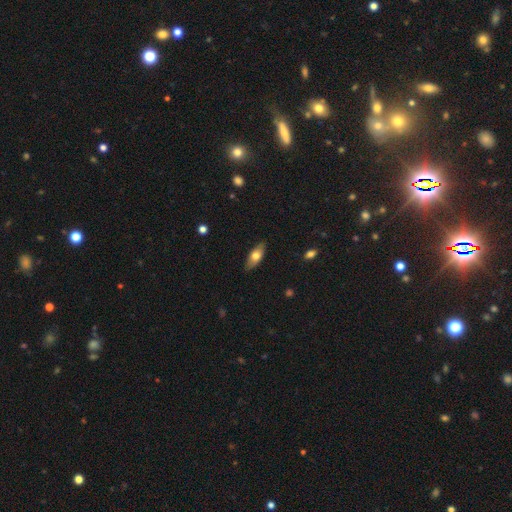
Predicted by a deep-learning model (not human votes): Morphology: type=smooth (65%); roundness=in between (77%); merging=none (85%).